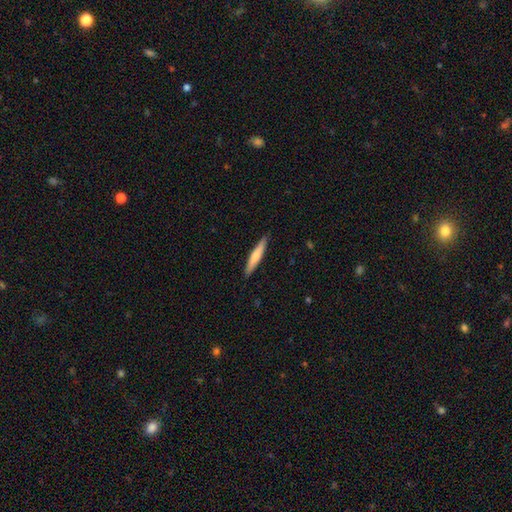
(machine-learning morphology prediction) Smooth or featured?
  - smooth: 62% *
  - featured or disk: 33%
  - star or artifact: 5%
How rounded?
  - cigar-shaped: 92% *
  - in between: 7%
  - round: 1%
Merging?
  - none: 90% *
  - minor disturbance: 8%
  - major disturbance: 1%
  - merger: 1%